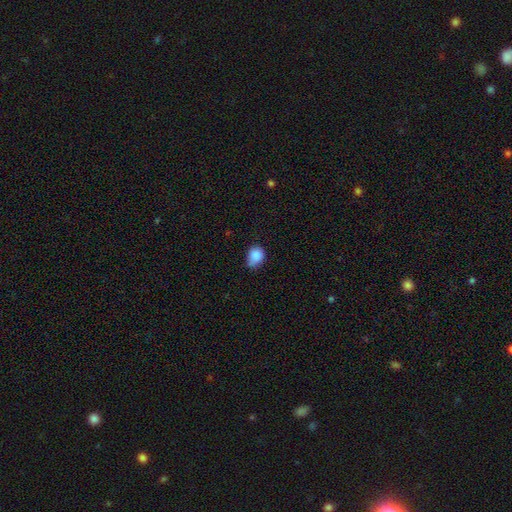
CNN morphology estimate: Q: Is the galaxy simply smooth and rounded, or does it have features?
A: smooth — 86%.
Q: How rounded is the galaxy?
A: round — 51%.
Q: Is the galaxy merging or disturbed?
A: minor disturbance — 45%.